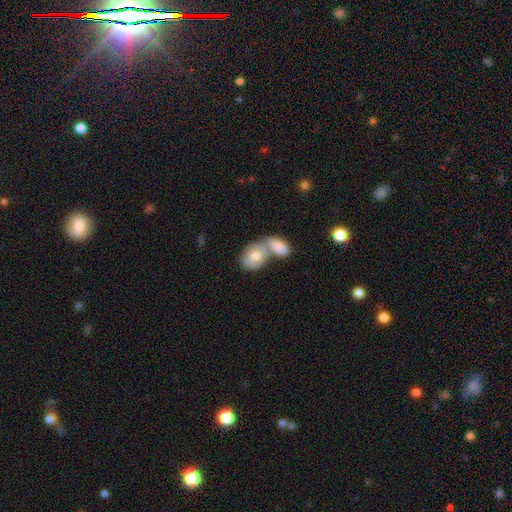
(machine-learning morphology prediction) A smooth galaxy with no disk features (71%) that is in between round and cigar-shaped (76%).

Vote fractions:
- Smooth or featured? smooth: 71% / featured or disk: 22% / star or artifact: 7%
- How rounded? in between: 76% / round: 22% / cigar-shaped: 2%
- Merging? merger: 55% / none: 31% / minor disturbance: 10% / major disturbance: 4%